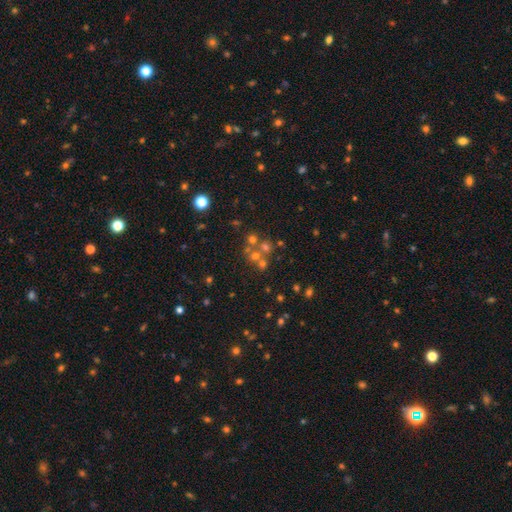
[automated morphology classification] A smooth galaxy with no disk features (41%).

Vote fractions:
- Smooth or featured? smooth: 41% / star or artifact: 37% / featured or disk: 22%
- Merging? none: 54% / merger: 33% / minor disturbance: 8% / major disturbance: 5%